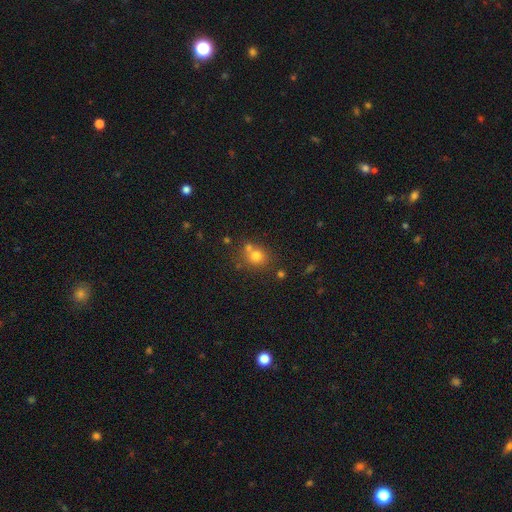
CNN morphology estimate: Smooth or featured?
  - smooth: 75% *
  - star or artifact: 15%
  - featured or disk: 11%
How rounded?
  - round: 77% *
  - in between: 22%
  - cigar-shaped: 1%
Merging?
  - none: 57% *
  - merger: 27%
  - minor disturbance: 12%
  - major disturbance: 4%